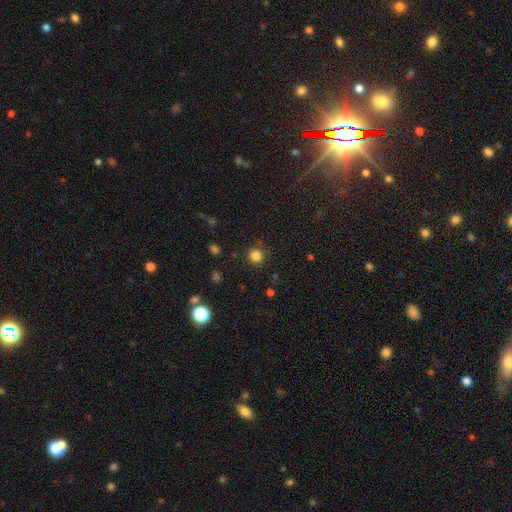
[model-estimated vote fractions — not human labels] smooth_or_featured: smooth (p=0.82) [alt: star or artifact p=0.14]
how_rounded: round (p=0.92) [alt: in between p=0.07]
merging: none (p=0.87) [alt: minor disturbance p=0.08]